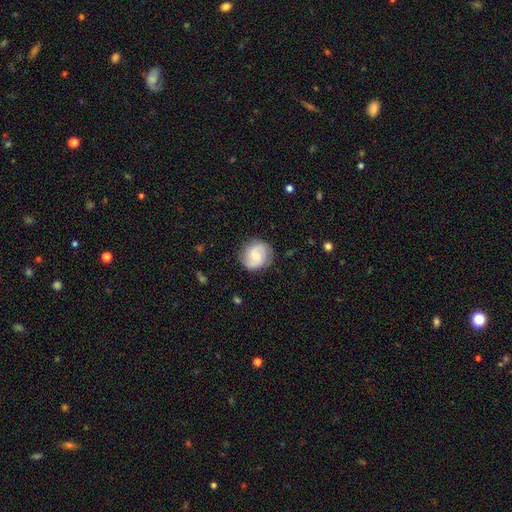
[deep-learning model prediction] Smooth or featured?
  - featured or disk: 54% *
  - smooth: 39%
  - star or artifact: 7%
Edge-on disk?
  - no: 98% *
  - yes: 2%
Bar?
  - no: 51% *
  - weak: 40%
  - strong: 9%
Spiral arms?
  - yes: 88% *
  - no: 12%
Bulge size?
  - moderate: 48% *
  - small: 45%
  - large: 3%
  - none: 3%
  - dominant: 1%
Merging?
  - none: 82% *
  - minor disturbance: 13%
  - major disturbance: 4%
  - merger: 1%